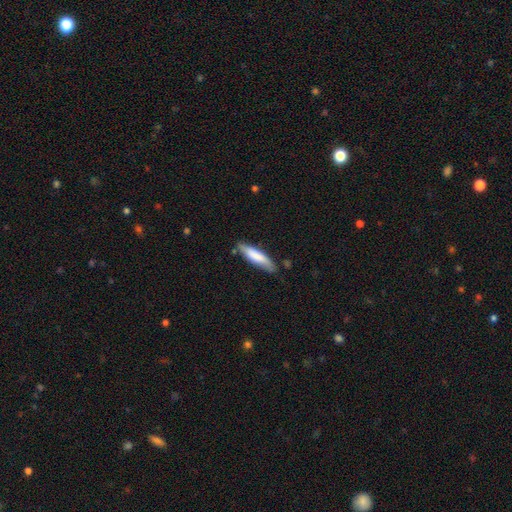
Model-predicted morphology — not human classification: Smooth or featured? smooth (74%)
How rounded? cigar-shaped (73%)
Merging? none (75%)